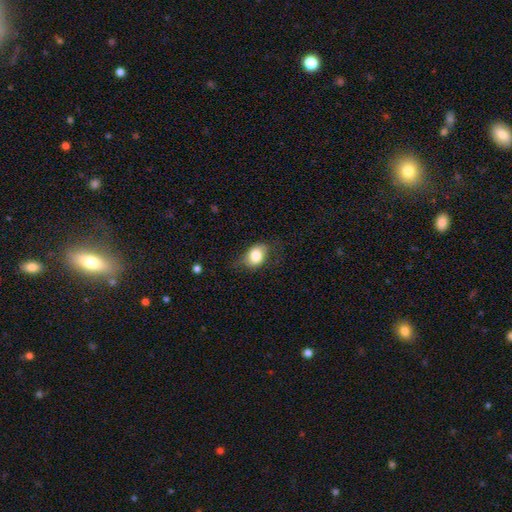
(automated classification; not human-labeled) smooth-or-featured: smooth: 78% | featured or disk: 14% | star or artifact: 7%
  how-rounded: in between: 72% | round: 26% | cigar-shaped: 1%
  merging: none: 61% | minor disturbance: 27% | major disturbance: 11% | merger: 1%